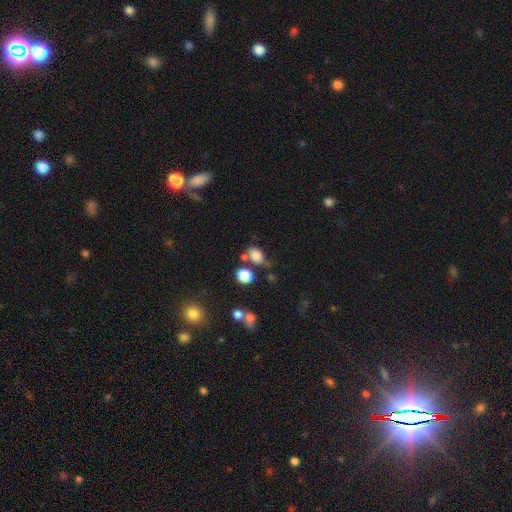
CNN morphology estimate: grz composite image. It shows a smooth galaxy with no disk features (79%) that is in between round and cigar-shaped (63%). Merging: none (54%).